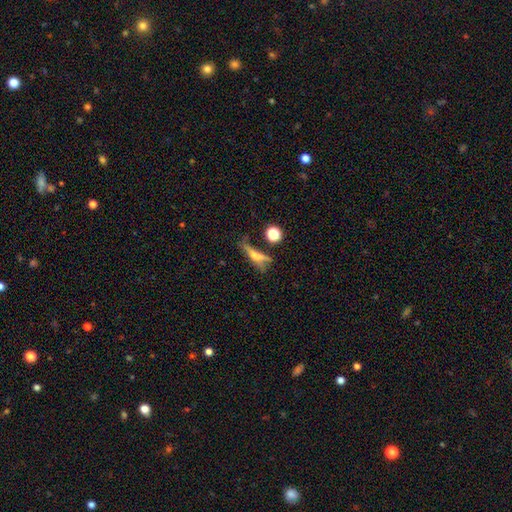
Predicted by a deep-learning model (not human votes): A featured or disk galaxy (43%).

Vote fractions:
- Smooth or featured? featured or disk: 43% / smooth: 42% / star or artifact: 14%
- Merging? none: 52% / minor disturbance: 20% / major disturbance: 15% / merger: 13%